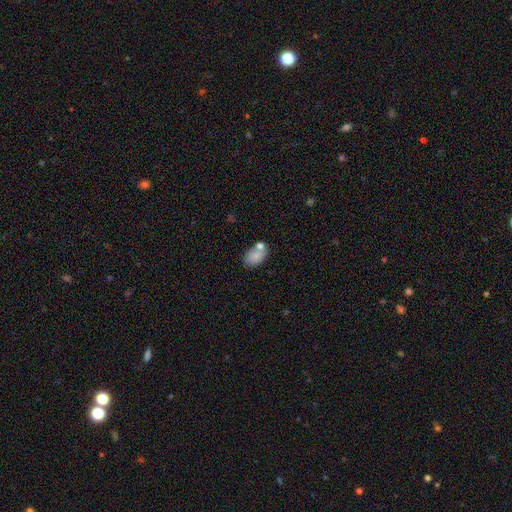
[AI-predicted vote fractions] Smooth or featured? Predicted: smooth (p=0.81). How rounded? Predicted: in between (p=0.89). Merging? Predicted: none (p=0.60).